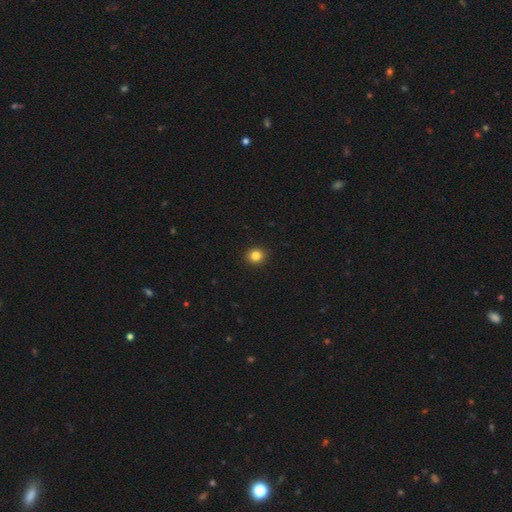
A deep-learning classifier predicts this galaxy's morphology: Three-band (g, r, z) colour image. It shows a smooth galaxy with no disk features (83%) that is round (84%). Merging: none (92%).